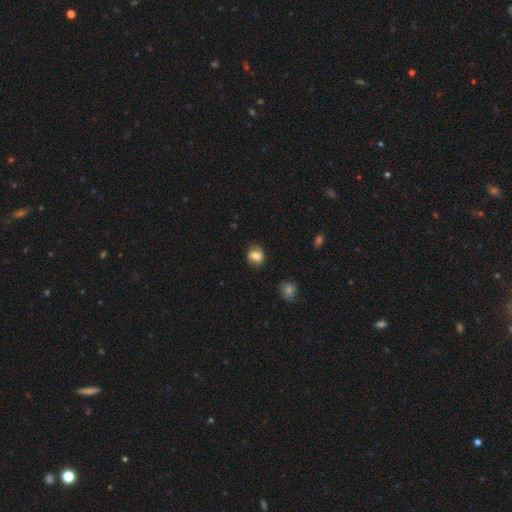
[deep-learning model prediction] A smooth galaxy with no disk features (64%) that is round (58%).

Vote fractions:
- Smooth or featured? smooth: 64% / featured or disk: 27% / star or artifact: 9%
- How rounded? round: 58% / in between: 41% / cigar-shaped: 1%
- Merging? none: 76% / minor disturbance: 17% / major disturbance: 5% / merger: 2%